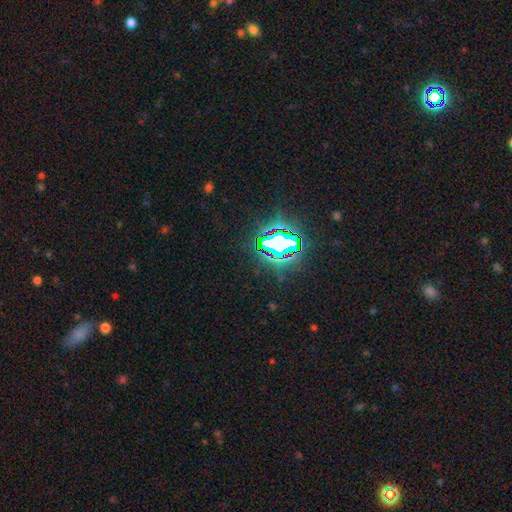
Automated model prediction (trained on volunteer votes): Overall: star or artifact (83%).